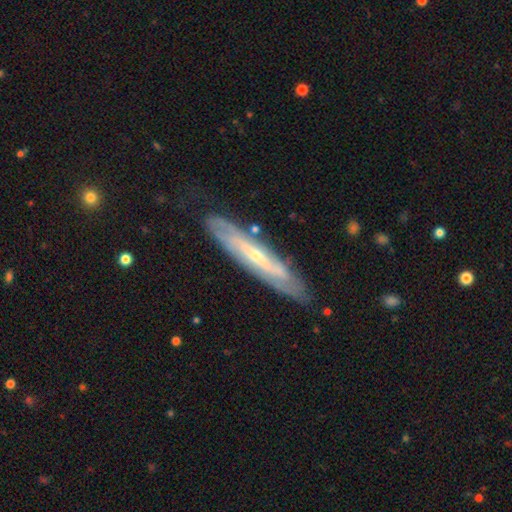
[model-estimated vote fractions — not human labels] Smooth or featured?
  - featured or disk: 76% *
  - smooth: 18%
  - star or artifact: 6%
Edge-on disk?
  - no: 52% *
  - yes: 48%
Merging?
  - none: 79% *
  - minor disturbance: 15%
  - major disturbance: 4%
  - merger: 2%